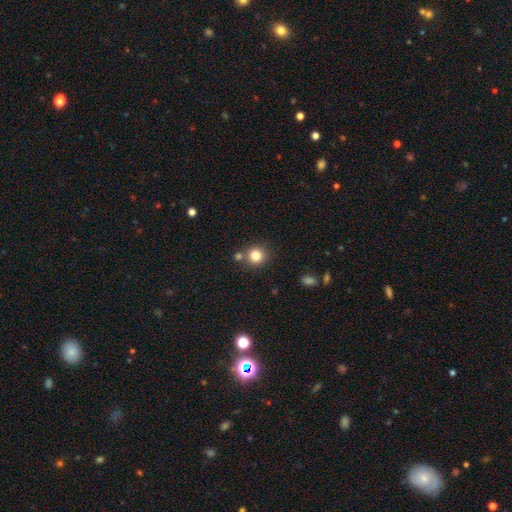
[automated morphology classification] Smooth or featured? smooth (82%)
How rounded? round (90%)
Merging? none (72%)